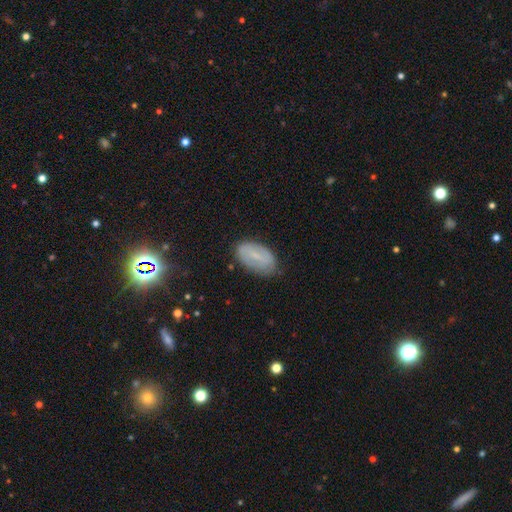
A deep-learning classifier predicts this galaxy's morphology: Q: Smooth or featured?
A: smooth (48%); runner-up: featured or disk (41%)
Q: Merging?
A: none (76%); runner-up: minor disturbance (18%)